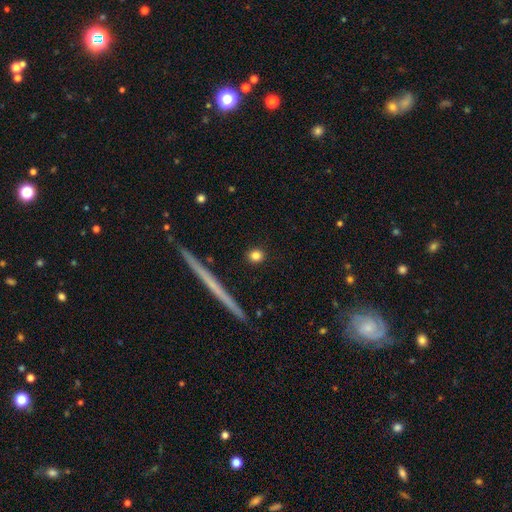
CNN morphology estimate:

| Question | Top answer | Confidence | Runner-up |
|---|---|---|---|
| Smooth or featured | smooth | 81% | star or artifact (10%) |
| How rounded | round | 82% | in between (14%) |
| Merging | none | 91% | minor disturbance (6%) |